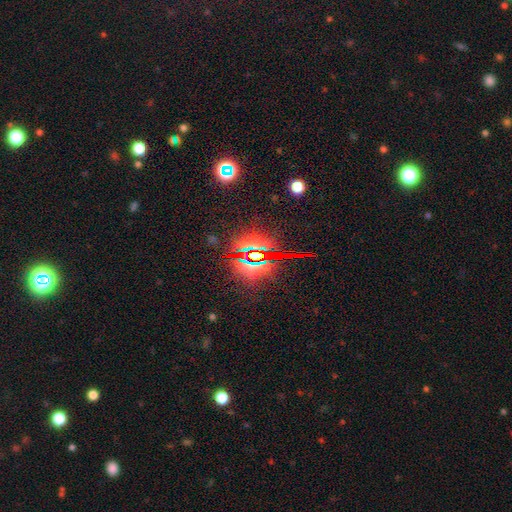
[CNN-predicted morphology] Smooth or featured? Predicted: star or artifact (p=0.75).